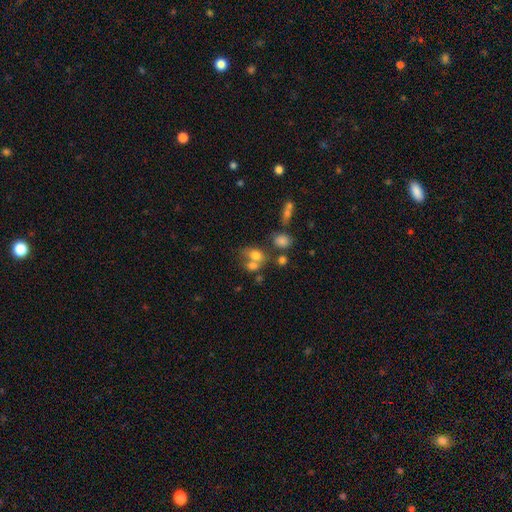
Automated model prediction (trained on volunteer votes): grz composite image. It shows a smooth galaxy with no disk features (70%) that is in between round and cigar-shaped (63%). Merging: merger (46%).